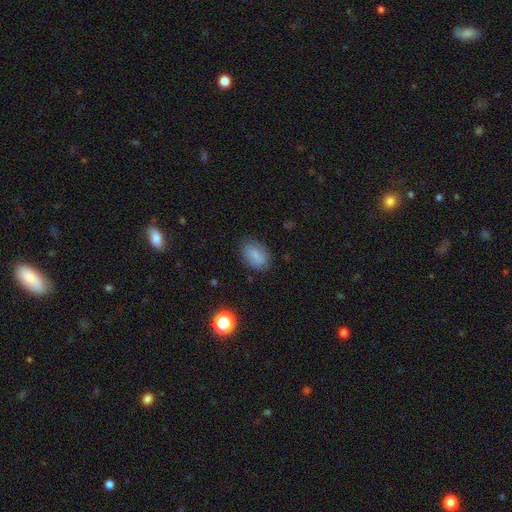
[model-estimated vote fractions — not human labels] smooth 80%, featured or disk 11%, star or artifact 9%. Down the decision tree: how rounded — in between (85%); merging — none (80%).